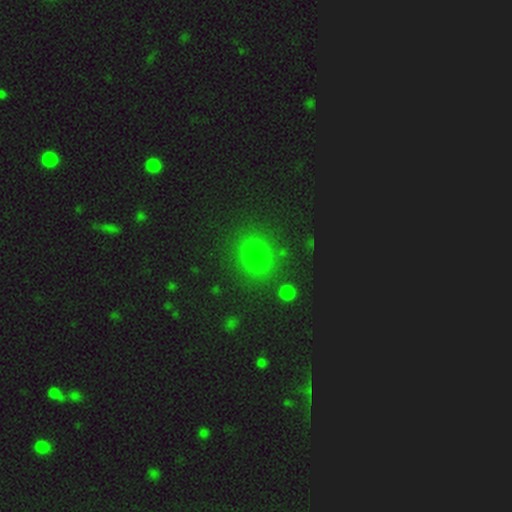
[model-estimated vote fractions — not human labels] Morphology: type=smooth (73%); roundness=round (72%); merging=none (83%).